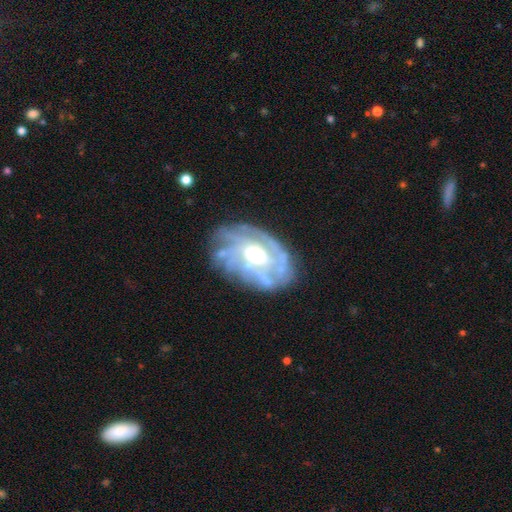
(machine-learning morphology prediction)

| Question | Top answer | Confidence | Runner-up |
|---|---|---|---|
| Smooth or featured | featured or disk | 82% | smooth (11%) |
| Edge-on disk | no | 96% | yes (4%) |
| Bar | no | 59% | weak (32%) |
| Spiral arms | yes | 82% | no (18%) |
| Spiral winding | tight | 59% | medium (30%) |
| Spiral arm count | can't tell | 49% | 4 (13%) |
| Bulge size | moderate | 65% | large (21%) |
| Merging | none | 64% | minor disturbance (22%) |